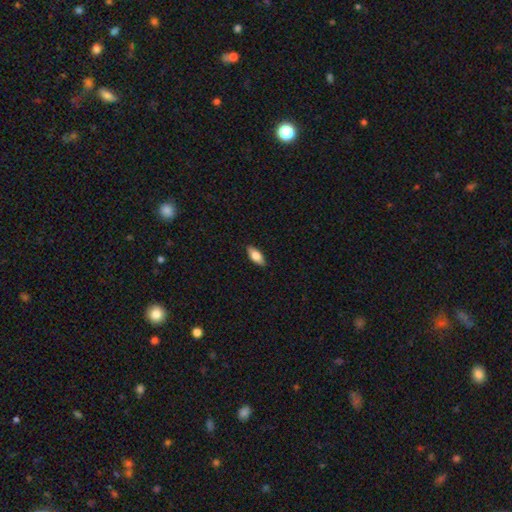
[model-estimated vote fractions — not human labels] Q: Smooth or featured?
A: smooth (76%); runner-up: featured or disk (18%)
Q: How rounded?
A: in between (82%); runner-up: cigar-shaped (15%)
Q: Merging?
A: none (88%); runner-up: minor disturbance (9%)